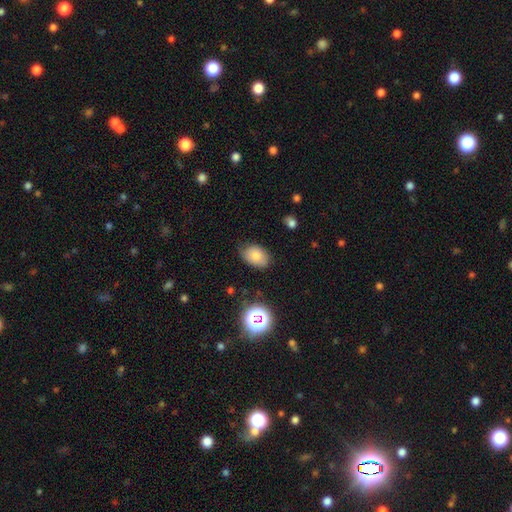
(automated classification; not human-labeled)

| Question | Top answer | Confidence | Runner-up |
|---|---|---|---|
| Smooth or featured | smooth | 78% | star or artifact (11%) |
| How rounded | in between | 83% | round (16%) |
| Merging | none | 76% | minor disturbance (19%) |